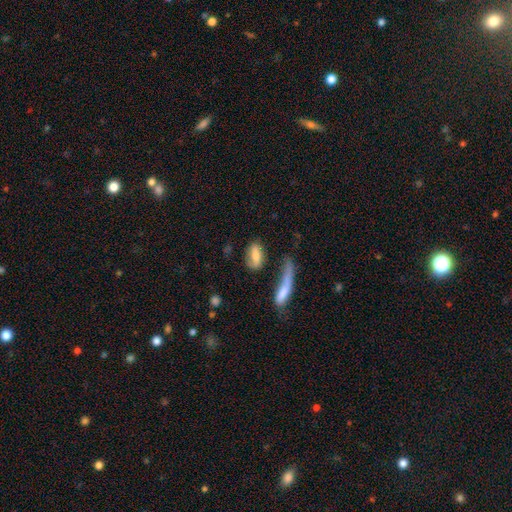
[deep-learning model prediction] Q: Smooth or featured?
A: smooth (67%); runner-up: featured or disk (26%)
Q: How rounded?
A: in between (78%); runner-up: cigar-shaped (17%)
Q: Merging?
A: none (54%); runner-up: minor disturbance (19%)